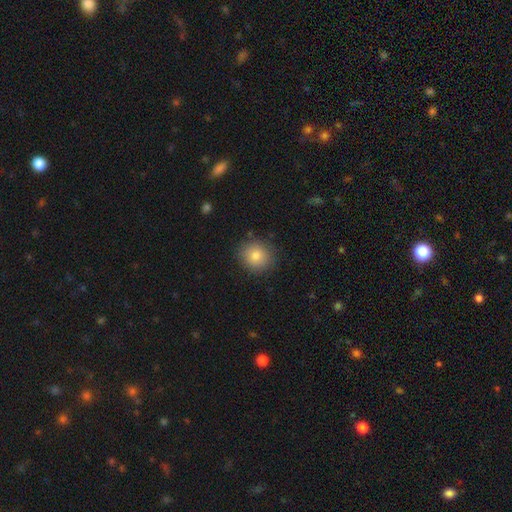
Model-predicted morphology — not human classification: Q: Smooth or featured?
A: smooth (80%); runner-up: star or artifact (11%)
Q: How rounded?
A: round (87%); runner-up: in between (12%)
Q: Merging?
A: none (87%); runner-up: minor disturbance (9%)